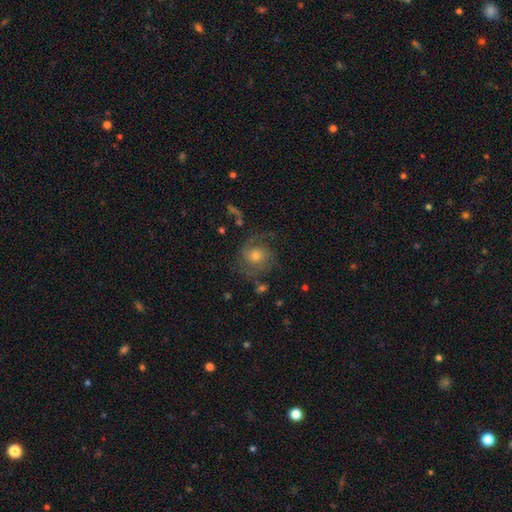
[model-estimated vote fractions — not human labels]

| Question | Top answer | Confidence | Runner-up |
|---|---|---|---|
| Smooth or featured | featured or disk | 71% | smooth (18%) |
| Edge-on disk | no | 98% | yes (2%) |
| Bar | no | 72% | weak (24%) |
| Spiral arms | yes | 91% | no (9%) |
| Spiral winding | medium | 44% | tight (31%) |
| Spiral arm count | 2 | 60% | can't tell (14%) |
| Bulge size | moderate | 60% | small (31%) |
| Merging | none | 65% | minor disturbance (16%) |